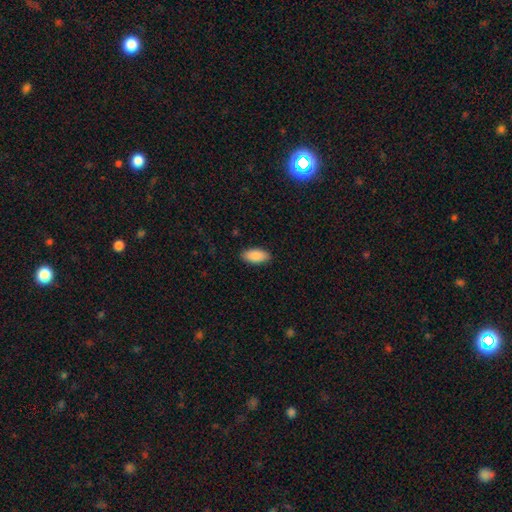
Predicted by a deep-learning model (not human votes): A smooth galaxy with no disk features (90%) that is in between round and cigar-shaped (92%). Merging: none (89%).